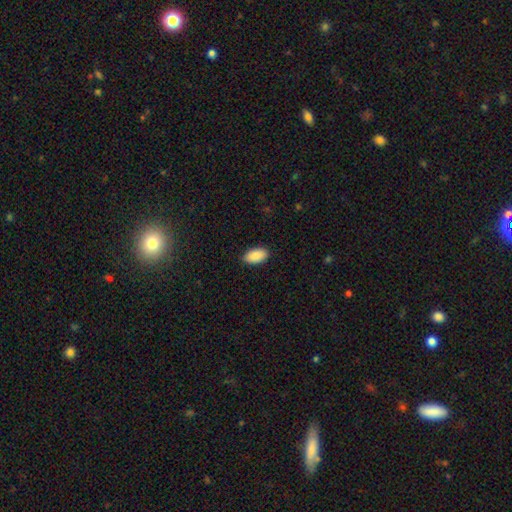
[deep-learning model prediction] smooth_or_featured: smooth (p=0.90) [alt: star or artifact p=0.06]
how_rounded: in between (p=0.95) [alt: round p=0.03]
merging: none (p=0.89) [alt: minor disturbance p=0.08]